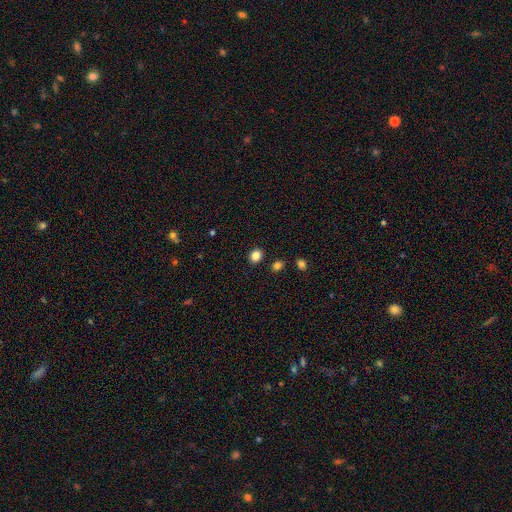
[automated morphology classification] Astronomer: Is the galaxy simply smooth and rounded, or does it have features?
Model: smooth — 85%.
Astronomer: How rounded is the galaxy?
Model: round — 58% (runner-up: in between, 42%).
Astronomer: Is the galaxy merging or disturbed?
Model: none — 88%.